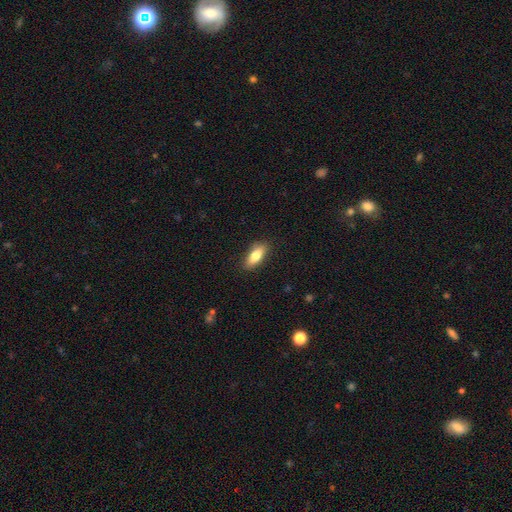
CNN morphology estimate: Smooth or featured? Predicted: smooth (p=0.80). How rounded? Predicted: in between (p=0.76). Merging? Predicted: none (p=0.87).